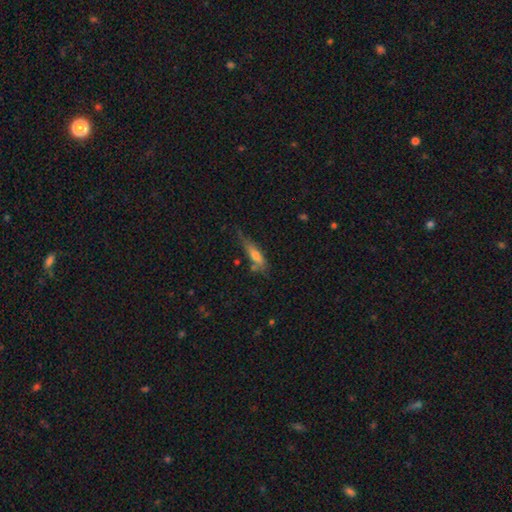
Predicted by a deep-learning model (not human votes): Smooth or featured?
  - smooth: 64% *
  - featured or disk: 29%
  - star or artifact: 8%
How rounded?
  - cigar-shaped: 64% *
  - in between: 34%
  - round: 2%
Merging?
  - none: 46% *
  - minor disturbance: 32%
  - major disturbance: 14%
  - merger: 8%